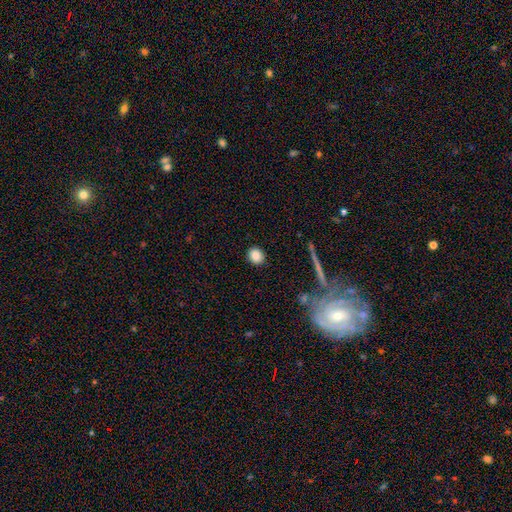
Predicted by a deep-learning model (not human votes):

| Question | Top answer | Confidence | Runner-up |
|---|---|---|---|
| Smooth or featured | smooth | 86% | star or artifact (9%) |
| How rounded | round | 78% | in between (21%) |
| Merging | none | 90% | minor disturbance (7%) |